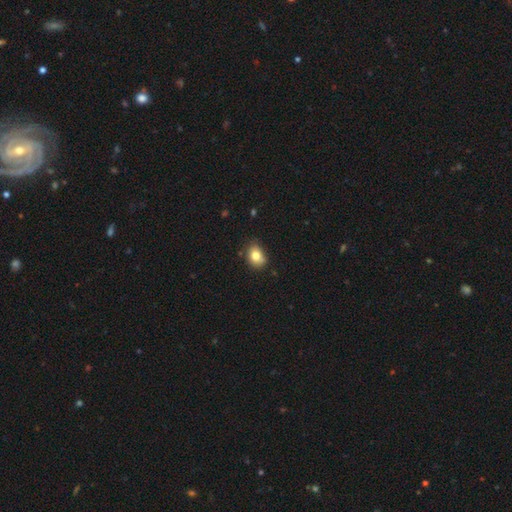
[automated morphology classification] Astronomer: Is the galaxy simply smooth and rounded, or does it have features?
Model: smooth — 80%.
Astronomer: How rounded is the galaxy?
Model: in between — 64%.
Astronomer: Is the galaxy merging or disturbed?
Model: none — 72%.